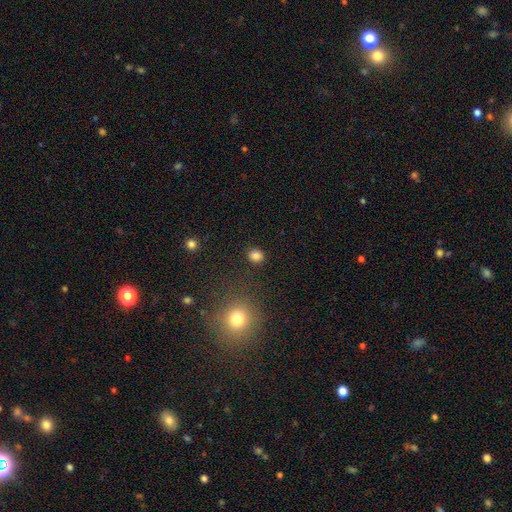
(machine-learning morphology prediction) The model was most divided on "how rounded": round: 77%, in between: 22%, cigar-shaped: 1%. More confident: merging — none (84%); smooth or featured — smooth (82%).